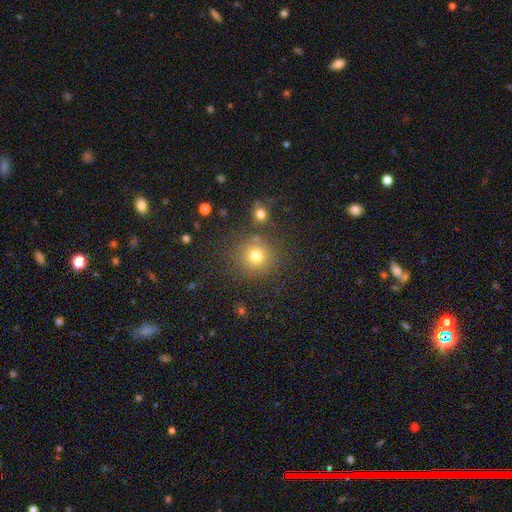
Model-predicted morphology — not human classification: This appears to be a smooth galaxy with no disk features (75%) that is round (91%). Merging: none (80%).